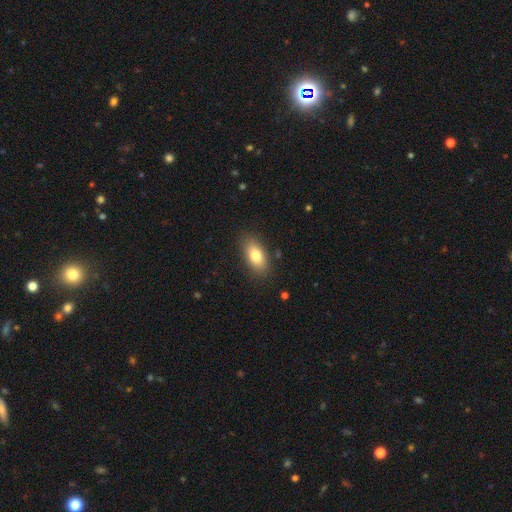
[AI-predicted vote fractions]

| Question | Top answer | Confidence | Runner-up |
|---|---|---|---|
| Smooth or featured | smooth | 80% | featured or disk (13%) |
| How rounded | in between | 88% | cigar-shaped (8%) |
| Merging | none | 85% | minor disturbance (11%) |